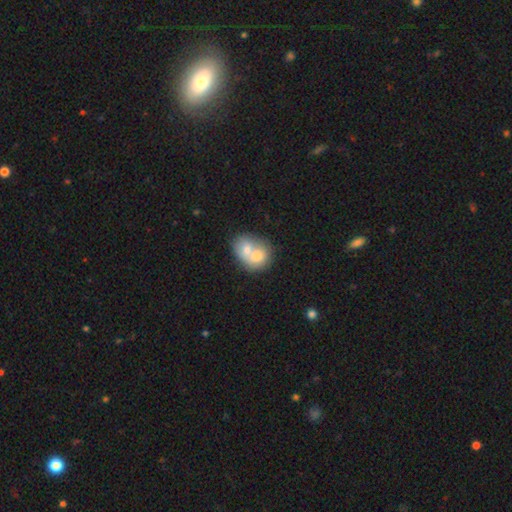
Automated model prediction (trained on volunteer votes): Smooth or featured? smooth (66%)
How rounded? round (55%)
Merging? merger (74%)